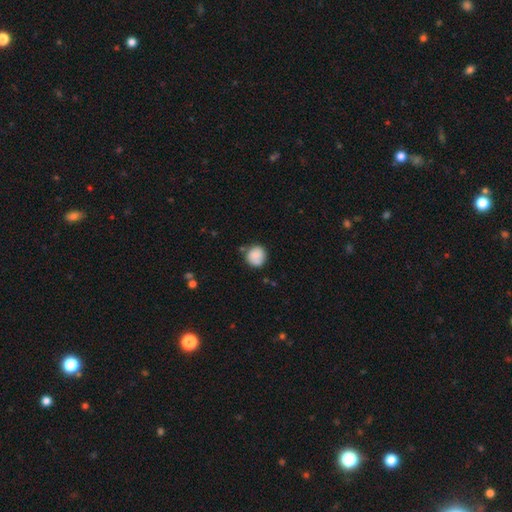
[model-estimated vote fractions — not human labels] smooth 81%, featured or disk 11%, star or artifact 8%. Down the decision tree: how rounded — round (88%); merging — none (70%).